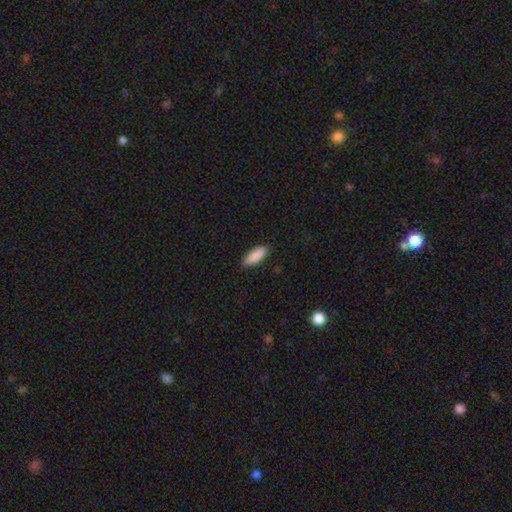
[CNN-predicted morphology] smooth_or_featured: smooth (p=0.90) [alt: star or artifact p=0.06]
how_rounded: in between (p=0.67) [alt: cigar-shaped p=0.32]
merging: none (p=0.89) [alt: minor disturbance p=0.08]